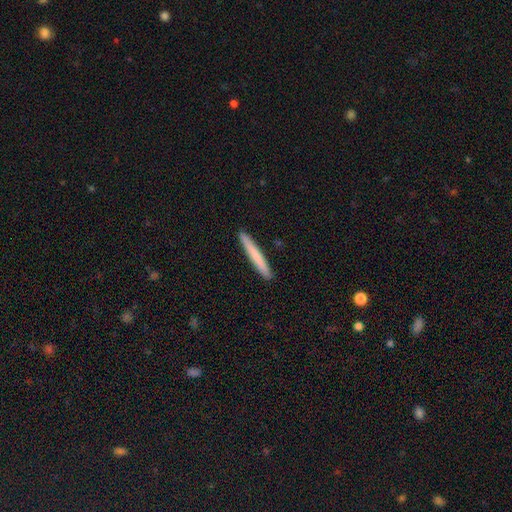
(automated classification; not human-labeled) A smooth galaxy with no disk features (73%) that is cigar-shaped (97%).

Vote fractions:
- Smooth or featured? smooth: 73% / featured or disk: 22% / star or artifact: 6%
- How rounded? cigar-shaped: 97% / in between: 2% / round: 1%
- Merging? none: 92% / minor disturbance: 5% / major disturbance: 1% / merger: 1%